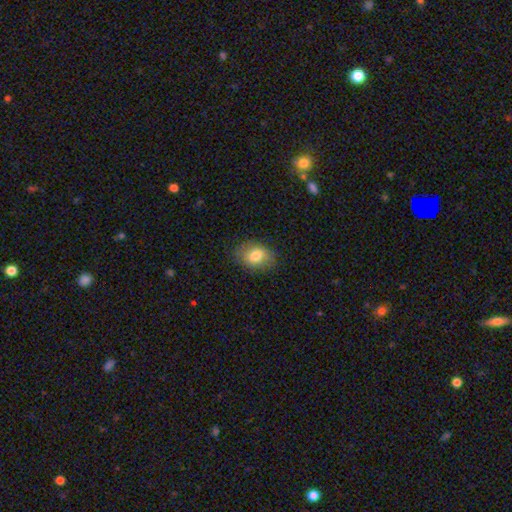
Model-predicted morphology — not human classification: Smooth or featured? Predicted: smooth (p=0.77). How rounded? Predicted: in between (p=0.70). Merging? Predicted: none (p=0.79).